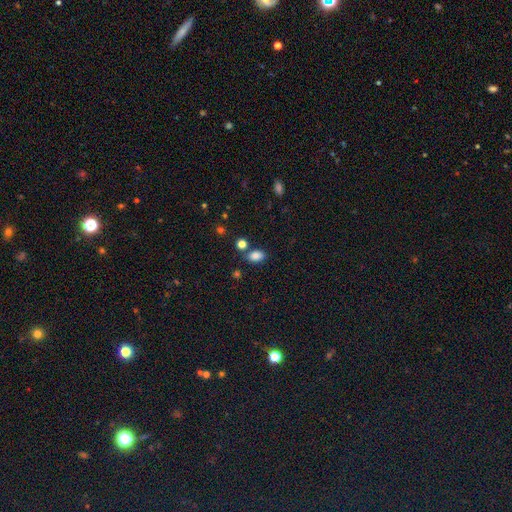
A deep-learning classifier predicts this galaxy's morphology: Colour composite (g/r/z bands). It shows a smooth galaxy with no disk features (85%) that is in between round and cigar-shaped (86%). Merging: none (73%).